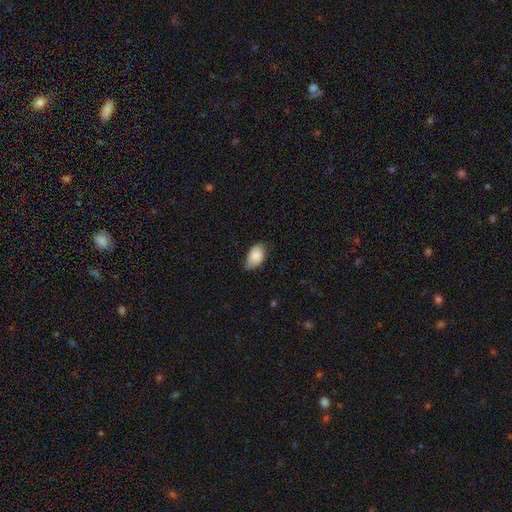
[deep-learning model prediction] Smooth or featured? smooth (85%)
How rounded? in between (93%)
Merging? none (66%)